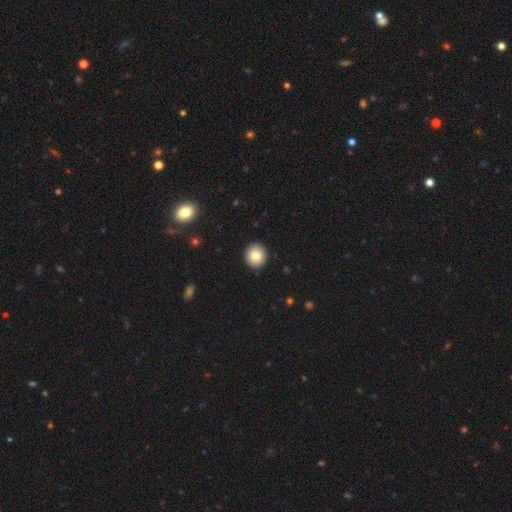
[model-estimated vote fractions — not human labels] The model was most divided on "smooth or featured": smooth: 81%, featured or disk: 11%, star or artifact: 9%. More confident: merging — none (93%); how rounded — round (89%).